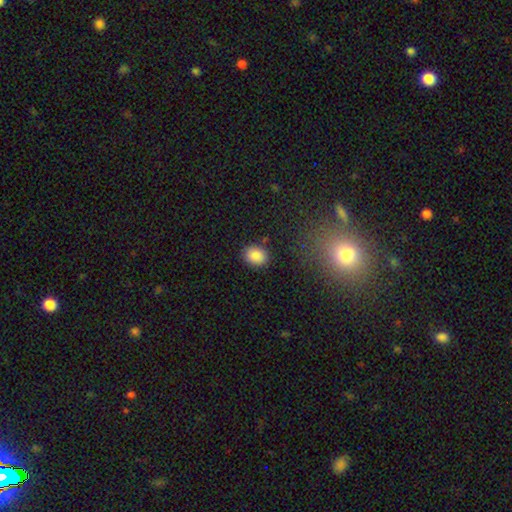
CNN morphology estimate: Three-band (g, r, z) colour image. It shows a smooth galaxy with no disk features (87%) that is in between round and cigar-shaped (61%). Merging: none (86%).